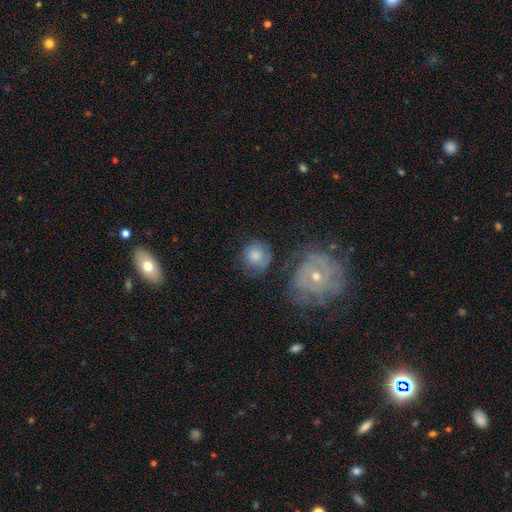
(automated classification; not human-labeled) Q: Smooth or featured?
A: smooth (62%); runner-up: featured or disk (29%)
Q: How rounded?
A: round (83%); runner-up: in between (16%)
Q: Merging?
A: none (60%); runner-up: minor disturbance (21%)